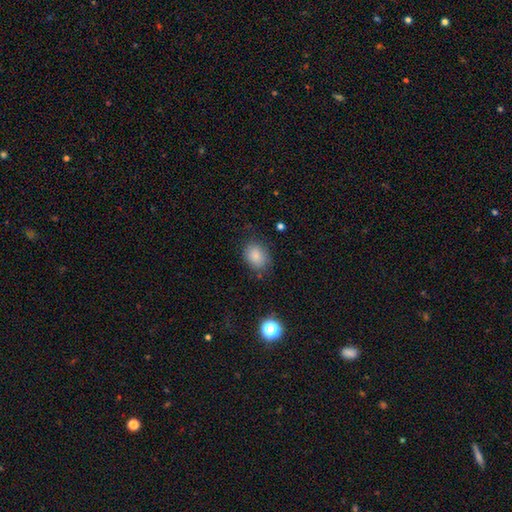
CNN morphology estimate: Smooth or featured? Predicted: smooth (p=0.85). How rounded? Predicted: in between (p=0.62). Merging? Predicted: none (p=0.75).